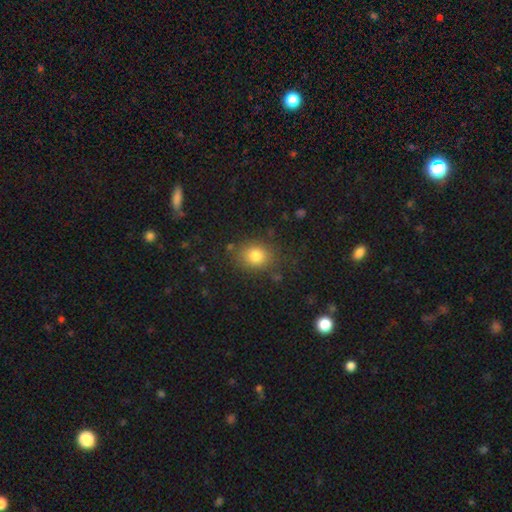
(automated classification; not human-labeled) A smooth galaxy with no disk features (82%) that is round (62%). Merging: none (80%).